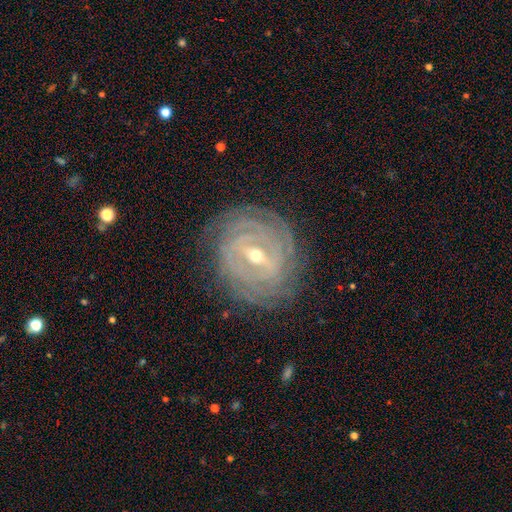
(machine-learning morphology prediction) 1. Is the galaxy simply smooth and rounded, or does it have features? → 89% featured or disk, 6% star or artifact, 5% smooth.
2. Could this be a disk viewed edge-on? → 96% no, 4% yes.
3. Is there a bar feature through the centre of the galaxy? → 51% strong, 39% weak, 11% no.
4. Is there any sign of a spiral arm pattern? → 96% yes, 4% no.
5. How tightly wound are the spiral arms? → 87% tight, 11% medium, 3% loose.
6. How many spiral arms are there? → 31% can't tell, 21% 4, 16% 3, 14% 2, 12% more than 4, 7% 1.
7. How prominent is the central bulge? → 50% small, 47% moderate, 1% large, 1% none, 1% dominant.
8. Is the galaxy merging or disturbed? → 83% none, 12% minor disturbance, 4% major disturbance, 1% merger.